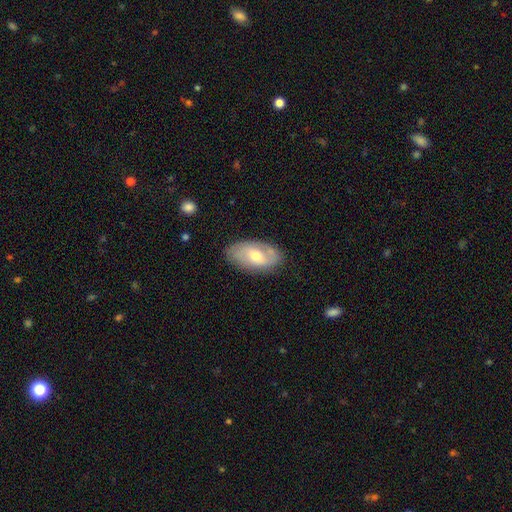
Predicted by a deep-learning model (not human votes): This is possibly a featured or disk galaxy (52%). It is clearly not viewed edge-on (91%). Merging: likely none (78%).